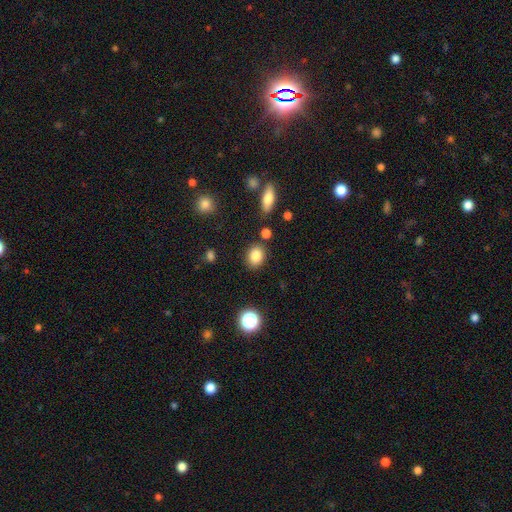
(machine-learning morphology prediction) Smooth or featured?
  - smooth: 84% *
  - star or artifact: 10%
  - featured or disk: 6%
How rounded?
  - in between: 52% *
  - round: 47%
  - cigar-shaped: 1%
Merging?
  - none: 83% *
  - minor disturbance: 10%
  - merger: 5%
  - major disturbance: 3%